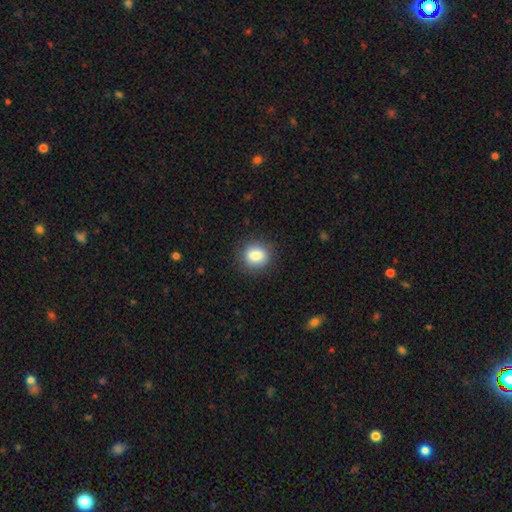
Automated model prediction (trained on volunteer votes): Smooth or featured? smooth (84%)
How rounded? round (76%)
Merging? none (87%)